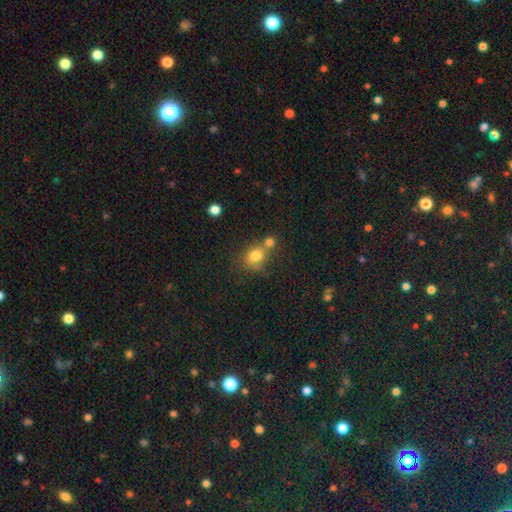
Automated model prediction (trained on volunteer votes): This appears to be a smooth galaxy with no disk features (78%) that is round (61%). Merging: none (42%).